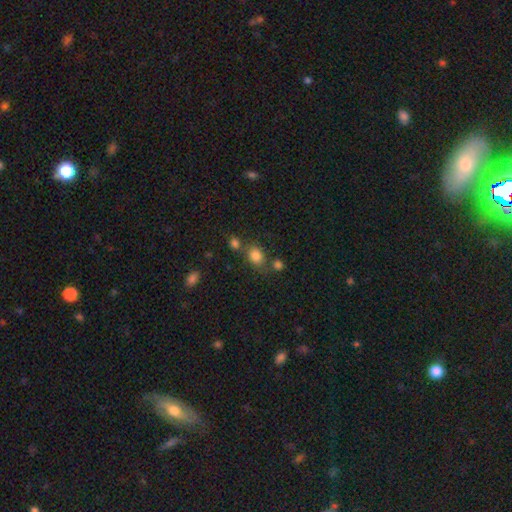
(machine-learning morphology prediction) Smooth or featured: smooth — 81% (star or artifact — 12%)
How rounded: in between — 54% (round — 45%)
Merging: none — 60% (merger — 20%)